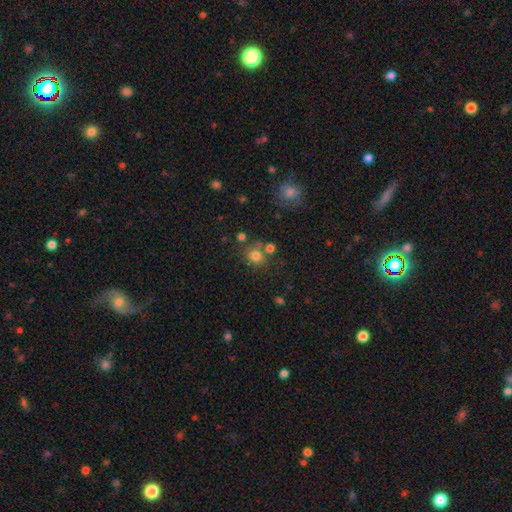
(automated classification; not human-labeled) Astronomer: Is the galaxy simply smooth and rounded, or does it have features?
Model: smooth — 77%.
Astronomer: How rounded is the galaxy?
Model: round — 79%.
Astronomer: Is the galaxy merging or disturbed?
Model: none — 65%.